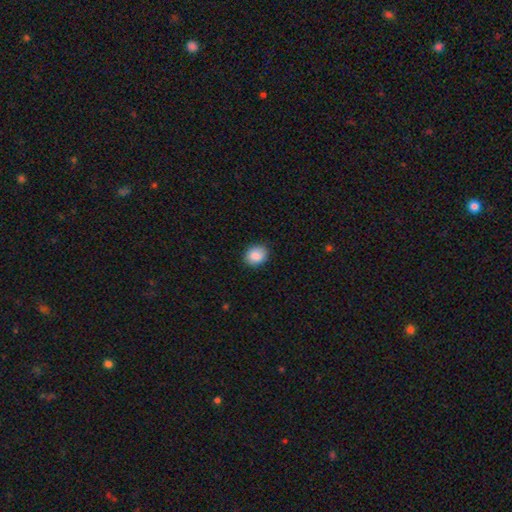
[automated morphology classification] Overall: smooth (89%). How rounded: round (53%; in between 46%). Merging: none (87%).